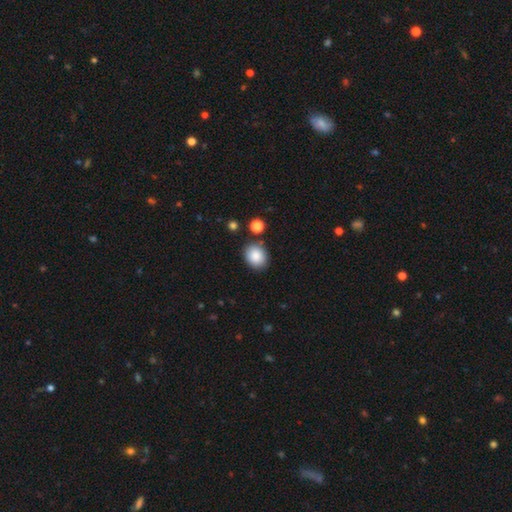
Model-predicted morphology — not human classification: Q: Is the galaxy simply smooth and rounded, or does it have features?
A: smooth — 87%.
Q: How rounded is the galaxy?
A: round — 55%.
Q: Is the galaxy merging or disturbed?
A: none — 81%.